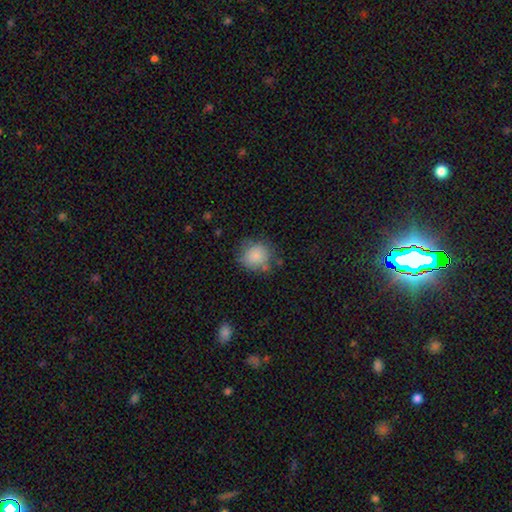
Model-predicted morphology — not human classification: smooth-or-featured: smooth: 84% | star or artifact: 8% | featured or disk: 8%
  how-rounded: round: 85% | in between: 14% | cigar-shaped: 1%
  merging: none: 70% | minor disturbance: 20% | major disturbance: 6% | merger: 4%